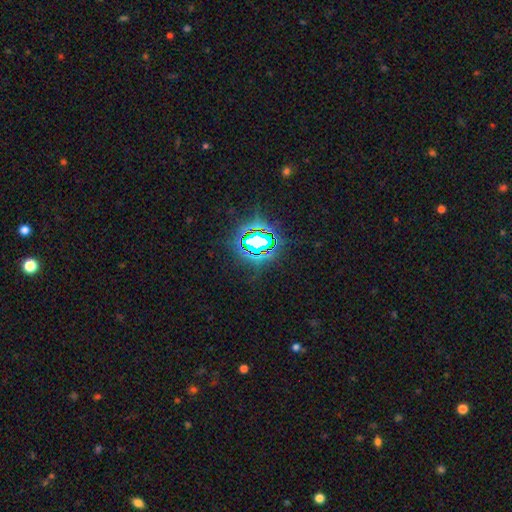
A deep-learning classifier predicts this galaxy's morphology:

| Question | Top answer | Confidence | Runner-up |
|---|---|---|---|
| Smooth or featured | star or artifact | 81% | smooth (12%) |